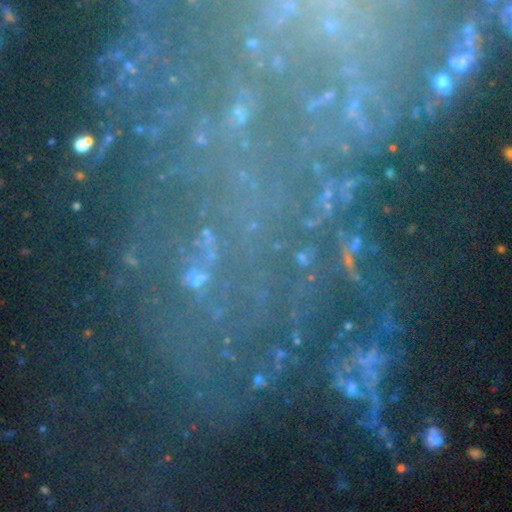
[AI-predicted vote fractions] A star or artifact, not a galaxy (52%).

Vote fractions:
- Smooth or featured? star or artifact: 52% / featured or disk: 33% / smooth: 15%